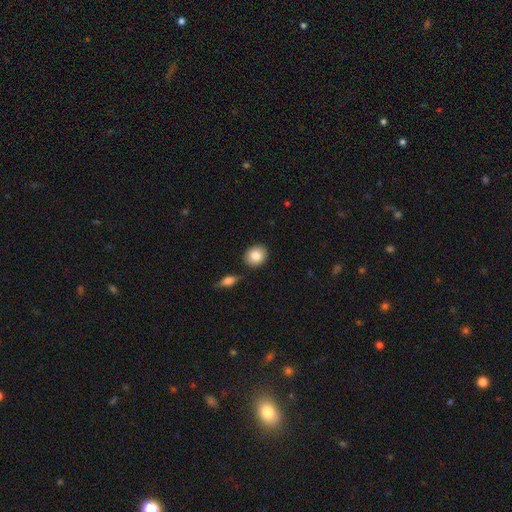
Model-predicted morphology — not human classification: This appears to be a smooth galaxy with no disk features (83%) that is round (66%). Merging: none (85%).